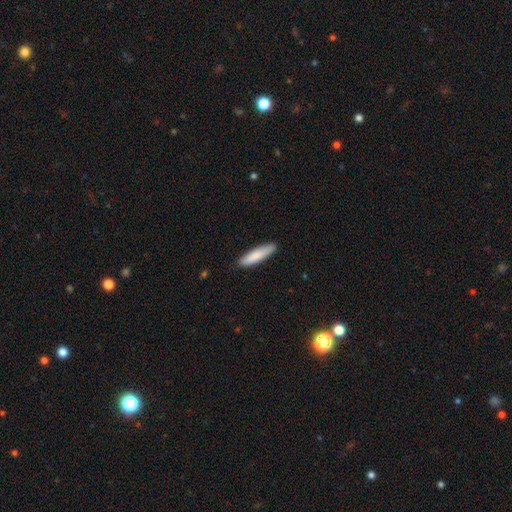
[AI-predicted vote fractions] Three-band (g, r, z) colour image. It shows a smooth galaxy with no disk features (84%) that is cigar-shaped (78%). Merging: none (86%).